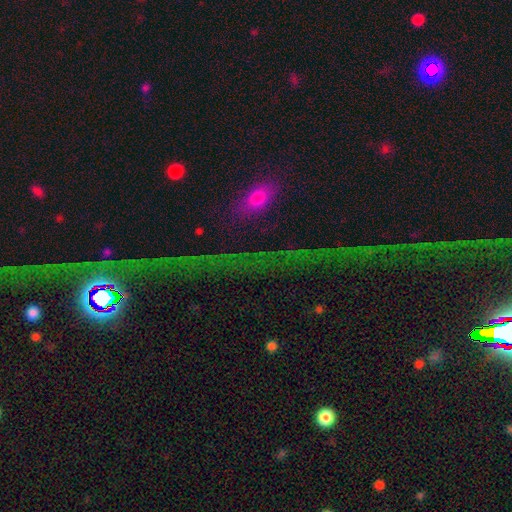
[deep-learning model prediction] The model was most divided on "smooth or featured": star or artifact: 64%, featured or disk: 18%, smooth: 18%.